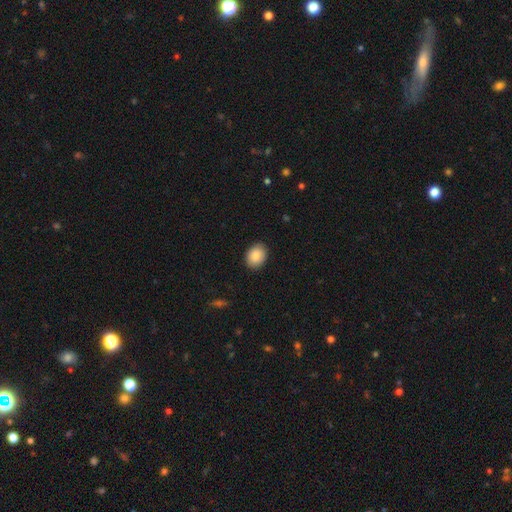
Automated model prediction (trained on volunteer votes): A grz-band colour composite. It shows a smooth galaxy with no disk features (88%) that is in between round and cigar-shaped (63%). Merging: none (89%).